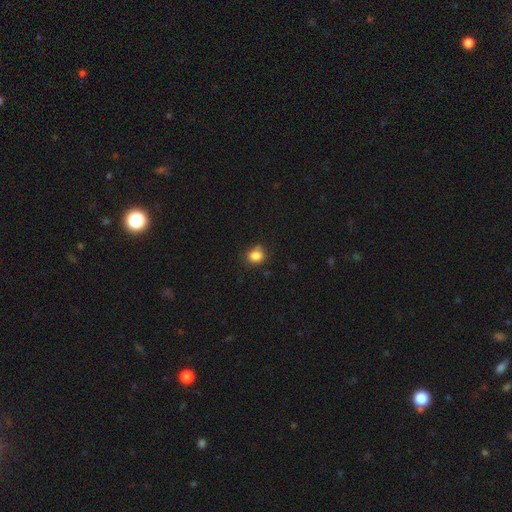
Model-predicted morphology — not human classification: A smooth galaxy with no disk features (84%) that is round (68%).

Vote fractions:
- Smooth or featured? smooth: 84% / star or artifact: 11% / featured or disk: 5%
- How rounded? round: 68% / in between: 31% / cigar-shaped: 1%
- Merging? none: 72% / minor disturbance: 19% / merger: 5% / major disturbance: 4%